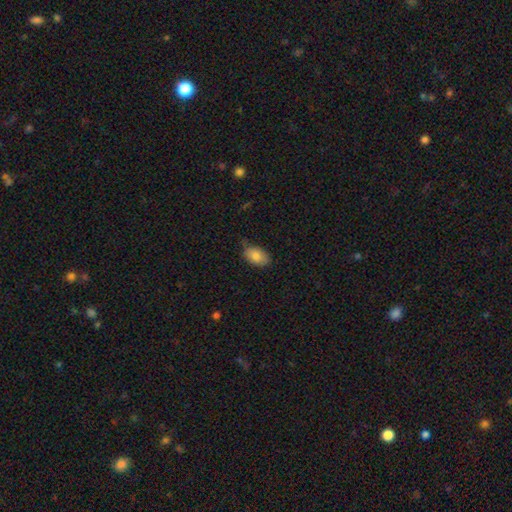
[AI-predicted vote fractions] Smooth or featured? smooth (84%)
How rounded? in between (92%)
Merging? none (69%)